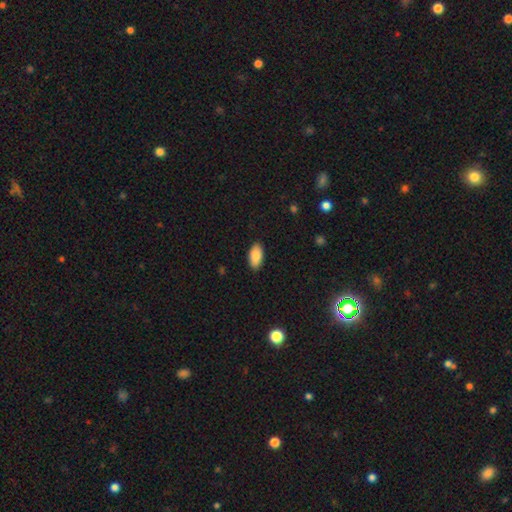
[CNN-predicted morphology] Smooth or featured?
  - smooth: 87% *
  - star or artifact: 7%
  - featured or disk: 6%
How rounded?
  - in between: 94% *
  - cigar-shaped: 4%
  - round: 2%
Merging?
  - none: 89% *
  - minor disturbance: 9%
  - major disturbance: 2%
  - merger: 1%